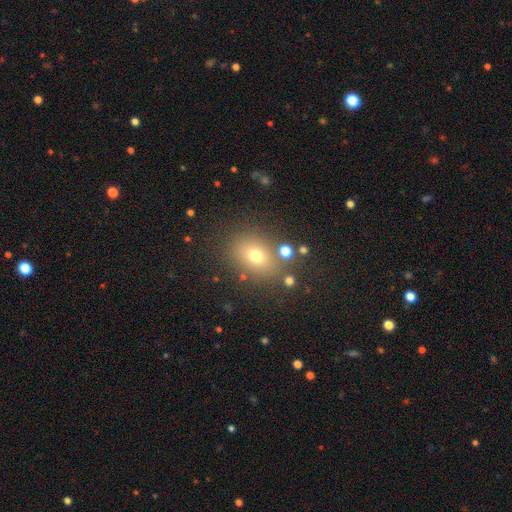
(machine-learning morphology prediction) Overall: smooth (70%). How rounded: in between (59%; round 40%). Merging: none (78%).